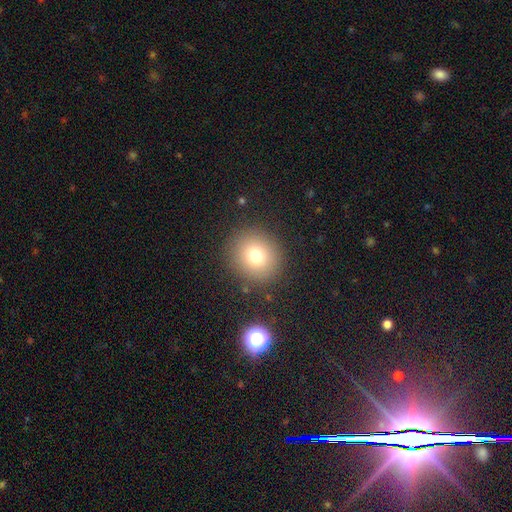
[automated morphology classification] Smooth or featured?
  - smooth: 75% *
  - star or artifact: 14%
  - featured or disk: 11%
How rounded?
  - round: 86% *
  - in between: 13%
  - cigar-shaped: 1%
Merging?
  - none: 87% *
  - minor disturbance: 7%
  - major disturbance: 3%
  - merger: 2%